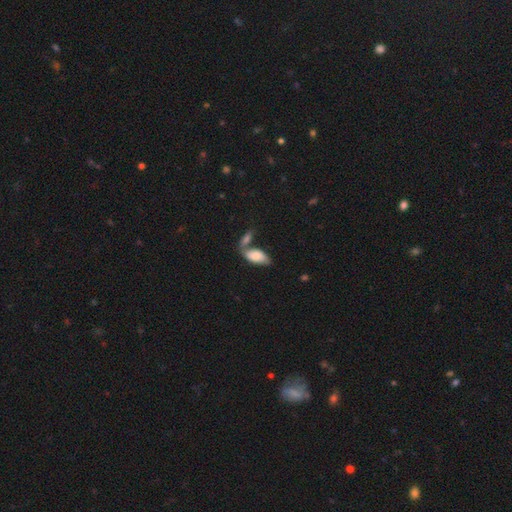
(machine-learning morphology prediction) smooth_or_featured: smooth (p=0.77) [alt: featured or disk p=0.16]
how_rounded: in between (p=0.91) [alt: cigar-shaped p=0.06]
merging: merger (p=0.49) [alt: none p=0.32]